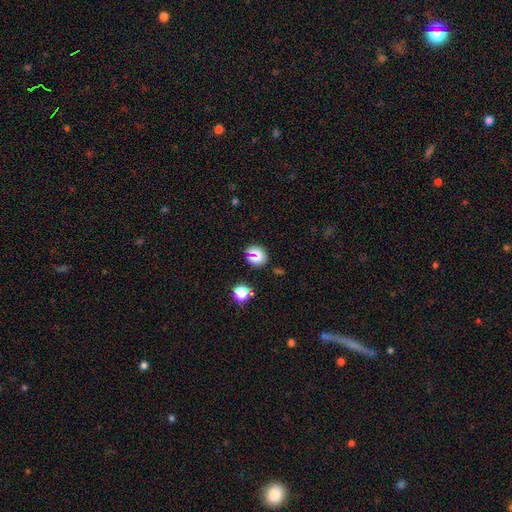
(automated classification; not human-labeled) smooth_or_featured: smooth (p=0.62) [alt: star or artifact p=0.29]
how_rounded: round (p=0.74) [alt: in between p=0.24]
merging: none (p=0.80) [alt: minor disturbance p=0.11]